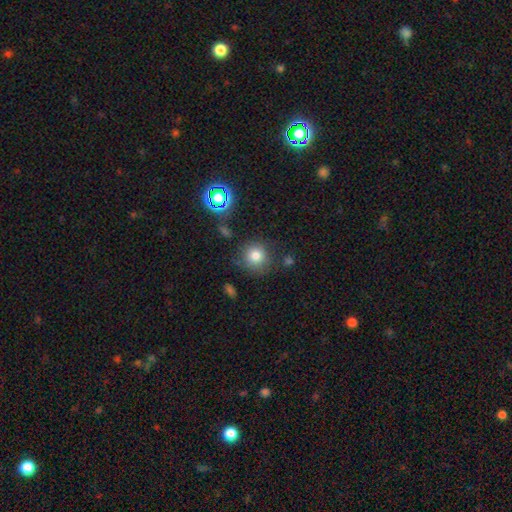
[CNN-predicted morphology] smooth-or-featured: smooth: 78% | star or artifact: 14% | featured or disk: 8%
  how-rounded: round: 92% | in between: 7% | cigar-shaped: 1%
  merging: none: 80% | minor disturbance: 12% | major disturbance: 5% | merger: 4%